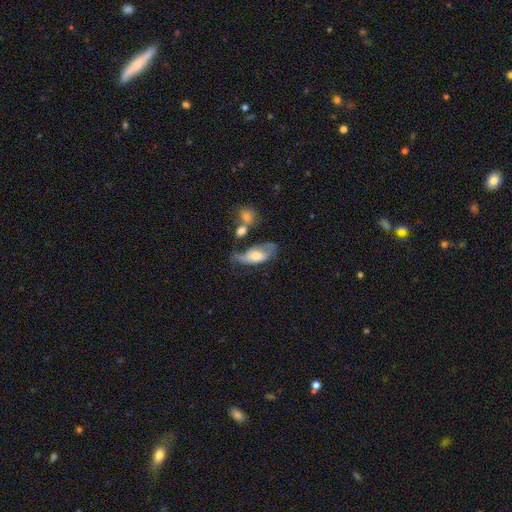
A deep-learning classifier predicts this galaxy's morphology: The model was most divided on "merging" (2-way tie): minor disturbance: 29%, none: 29%, major disturbance: 27%, merger: 16%. More confident: how rounded — in between (85%); smooth or featured — smooth (54%).